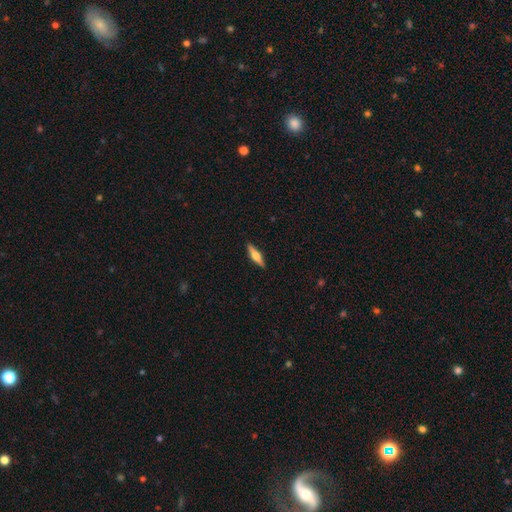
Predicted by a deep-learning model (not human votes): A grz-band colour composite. It shows a featured or disk galaxy (57%) viewed edge-on (96%) with a rounded central bulge (94%). Merging: none (91%).